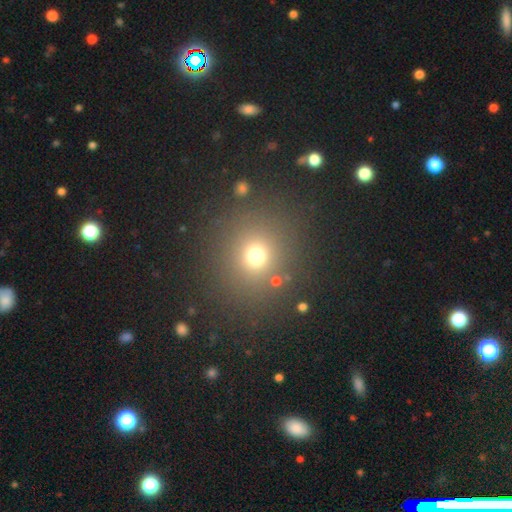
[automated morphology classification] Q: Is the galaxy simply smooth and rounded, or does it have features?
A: smooth — 70%.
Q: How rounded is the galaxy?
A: round — 86%.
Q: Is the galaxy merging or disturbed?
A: none — 82%.